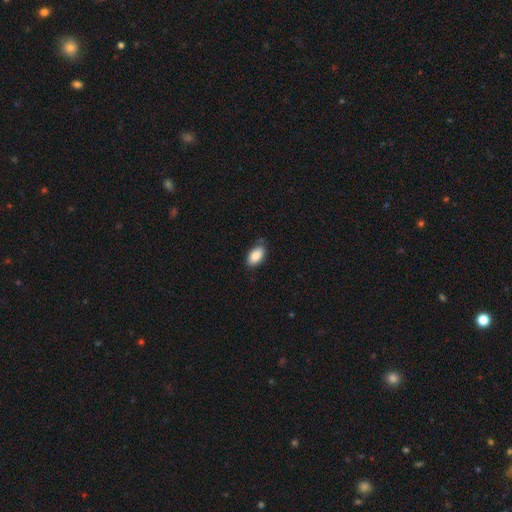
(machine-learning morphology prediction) Smooth or featured? smooth (86%)
How rounded? in between (93%)
Merging? none (81%)